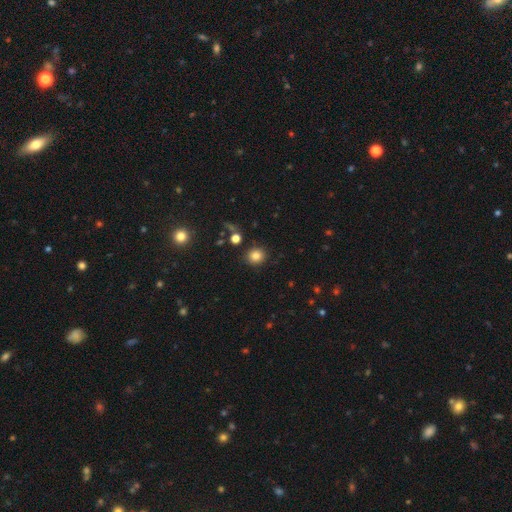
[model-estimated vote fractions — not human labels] Q: Smooth or featured?
A: smooth (83%); runner-up: star or artifact (12%)
Q: How rounded?
A: round (85%); runner-up: in between (14%)
Q: Merging?
A: none (88%); runner-up: minor disturbance (7%)